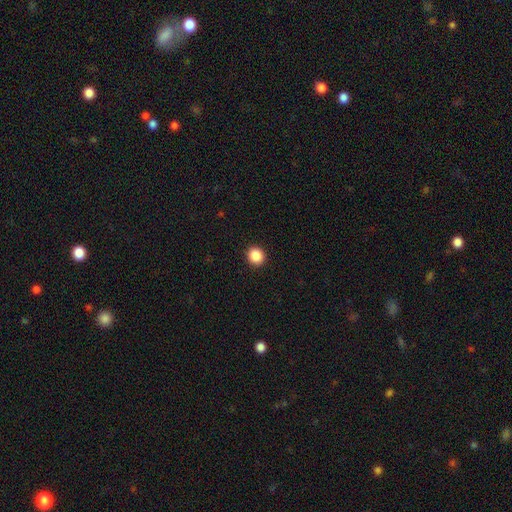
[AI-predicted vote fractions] This is clearly a smooth galaxy (88%). How rounded: clearly round (85%). Merging: clearly none (93%).